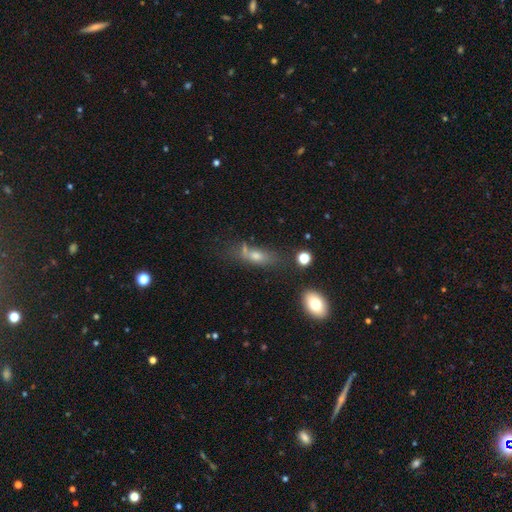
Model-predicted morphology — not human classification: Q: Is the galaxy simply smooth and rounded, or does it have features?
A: smooth — 59%.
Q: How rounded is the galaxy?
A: in between — 62%.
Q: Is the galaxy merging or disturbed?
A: none — 47%.